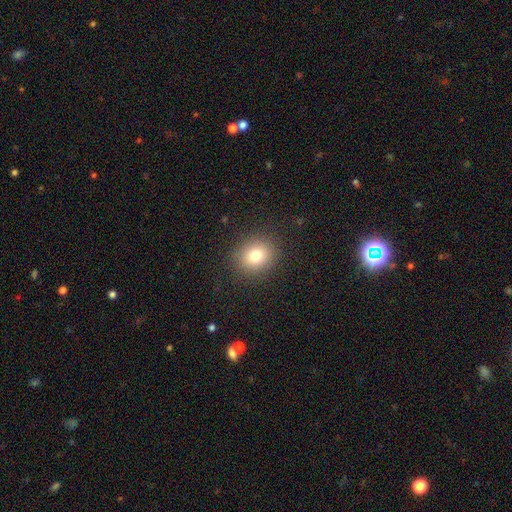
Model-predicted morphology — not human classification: smooth-or-featured: smooth: 78% | star or artifact: 13% | featured or disk: 10%
  how-rounded: round: 78% | in between: 22% | cigar-shaped: 1%
  merging: none: 88% | minor disturbance: 8% | major disturbance: 4% | merger: 1%